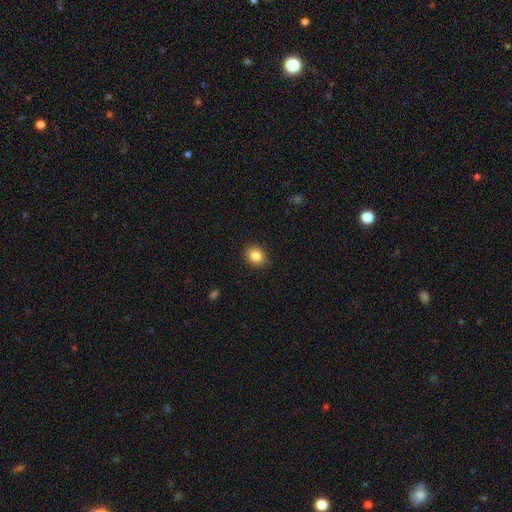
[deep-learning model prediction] A smooth galaxy with no disk features (84%) that is round (58%). Merging: none (89%).